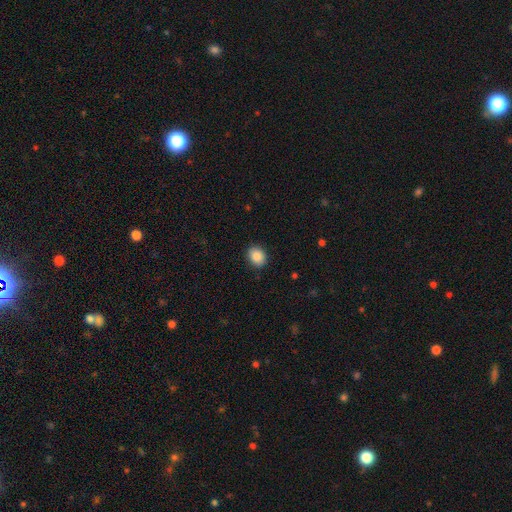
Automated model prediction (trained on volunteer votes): The model was most divided on "how rounded": in between: 55%, round: 44%, cigar-shaped: 1%. More confident: smooth or featured — smooth (88%); merging — none (88%).